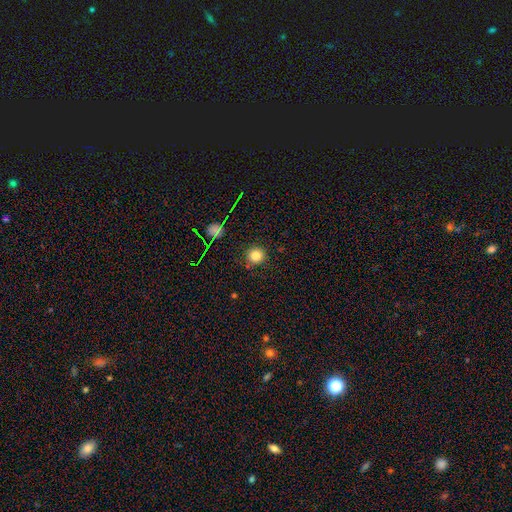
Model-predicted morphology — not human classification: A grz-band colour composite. It shows a smooth galaxy with no disk features (81%) that is round (93%). Merging: none (86%).